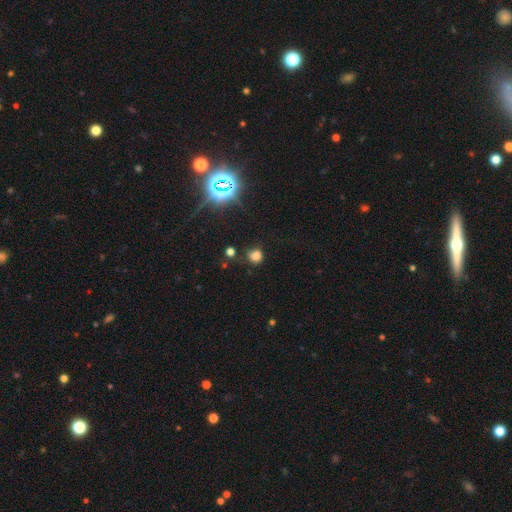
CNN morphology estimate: smooth_or_featured: smooth (p=0.70) [alt: star or artifact p=0.24]
how_rounded: round (p=0.83) [alt: in between p=0.16]
merging: none (p=0.74) [alt: minor disturbance p=0.16]